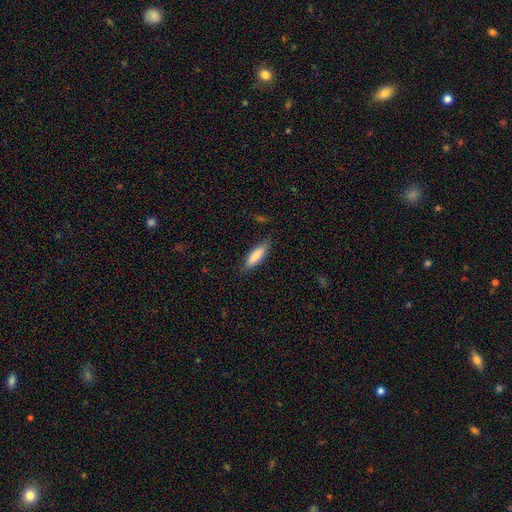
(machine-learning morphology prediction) Smooth or featured? smooth (82%)
How rounded? cigar-shaped (56%)
Merging? none (82%)